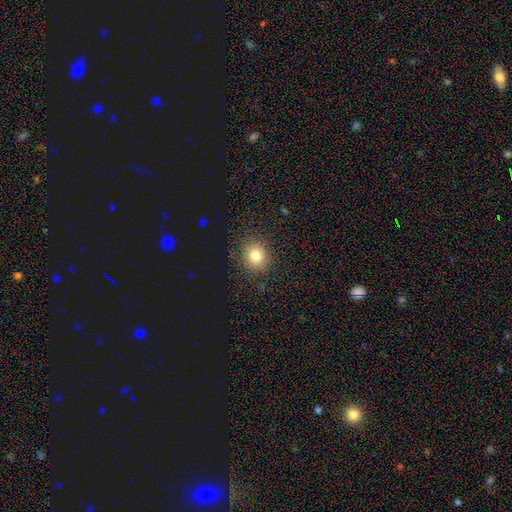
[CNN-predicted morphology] Smooth or featured? Predicted: smooth (p=0.81). How rounded? Predicted: round (p=0.79). Merging? Predicted: none (p=0.88).